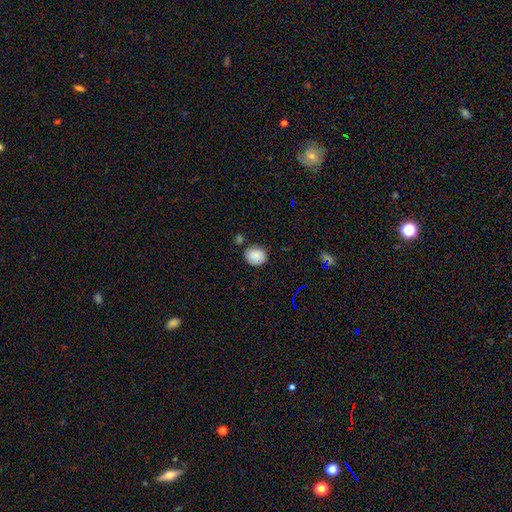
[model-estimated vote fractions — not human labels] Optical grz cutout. It shows a smooth galaxy with no disk features (86%) that is round (63%). Merging: none (75%).